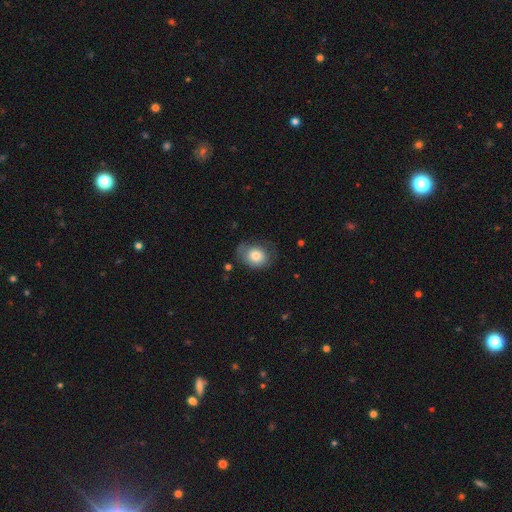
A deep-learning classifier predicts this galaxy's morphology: A smooth galaxy with no disk features (76%) that is in between round and cigar-shaped (54%). Merging: none (59%).